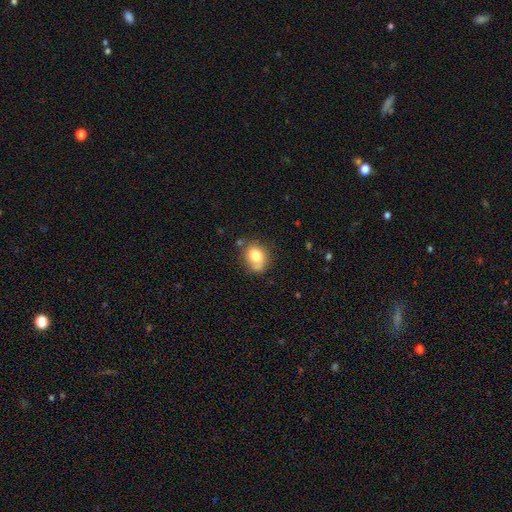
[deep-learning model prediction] Overall: smooth (77%). How rounded: round (54%; in between 45%). Merging: none (58%; minor disturbance 24%).